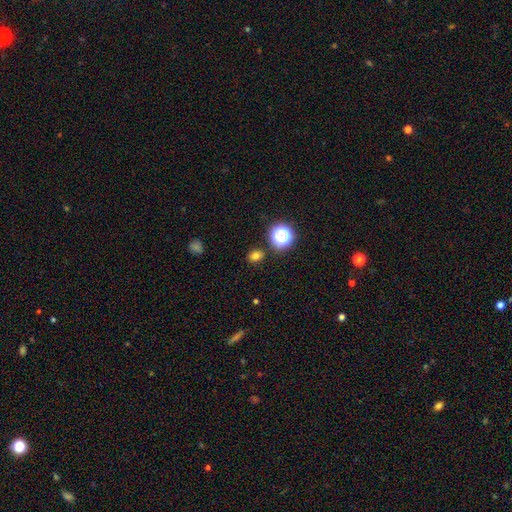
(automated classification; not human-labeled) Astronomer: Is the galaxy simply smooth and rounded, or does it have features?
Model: smooth — 75%.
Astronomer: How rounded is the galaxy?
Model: round — 59% (runner-up: in between, 40%).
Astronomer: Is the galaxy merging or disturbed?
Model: none — 85%.